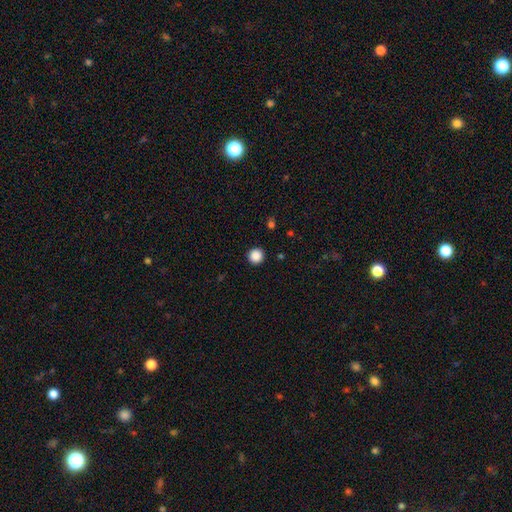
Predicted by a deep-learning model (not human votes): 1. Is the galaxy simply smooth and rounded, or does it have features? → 88% smooth, 10% star or artifact, 2% featured or disk.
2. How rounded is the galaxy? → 96% round, 3% in between, 1% cigar-shaped.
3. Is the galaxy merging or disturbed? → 93% none, 4% minor disturbance, 2% major disturbance, 1% merger.